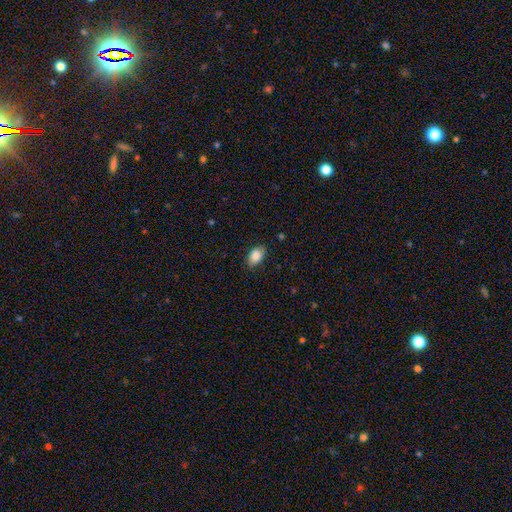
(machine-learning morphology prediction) Smooth or featured?
  - smooth: 87% *
  - star or artifact: 7%
  - featured or disk: 5%
How rounded?
  - in between: 90% *
  - round: 9%
  - cigar-shaped: 2%
Merging?
  - none: 82% *
  - minor disturbance: 14%
  - major disturbance: 3%
  - merger: 1%